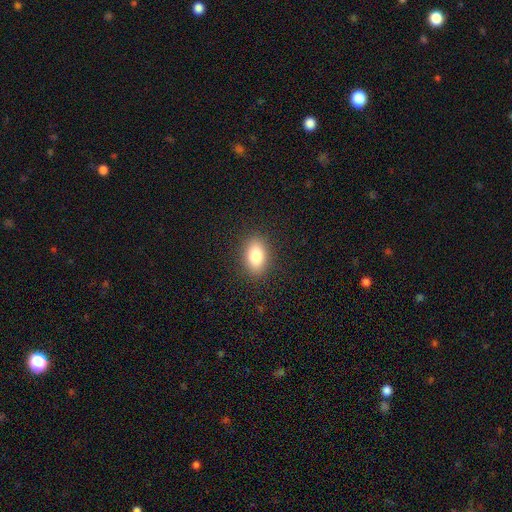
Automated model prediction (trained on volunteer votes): smooth_or_featured: smooth (p=0.82) [alt: featured or disk p=0.09]
how_rounded: in between (p=0.87) [alt: round p=0.11]
merging: none (p=0.88) [alt: minor disturbance p=0.08]